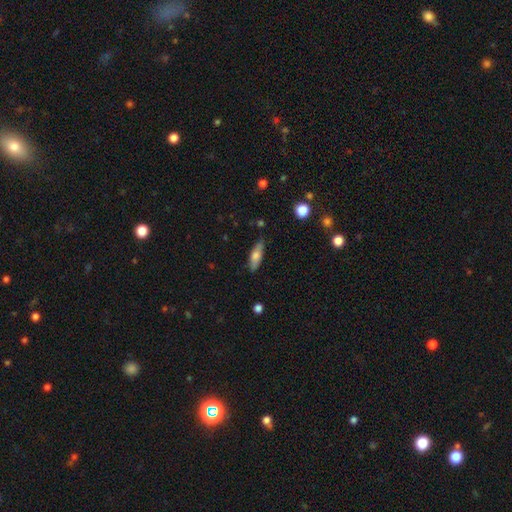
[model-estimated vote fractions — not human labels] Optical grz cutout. It shows a smooth galaxy with no disk features (68%) that is in between round and cigar-shaped (54%). Merging: none (80%).